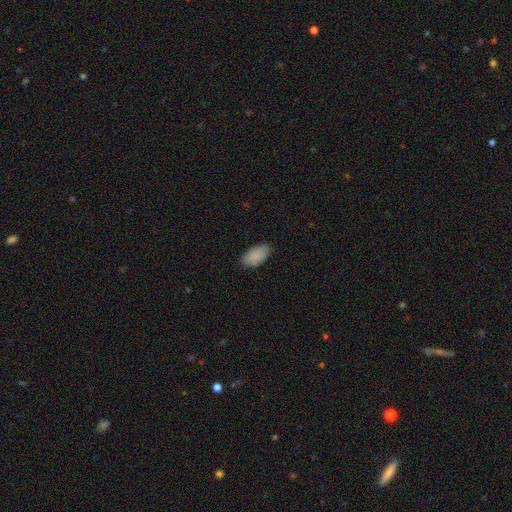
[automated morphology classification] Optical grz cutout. It shows a smooth galaxy with no disk features (87%) that is in between round and cigar-shaped (94%). Merging: none (83%).